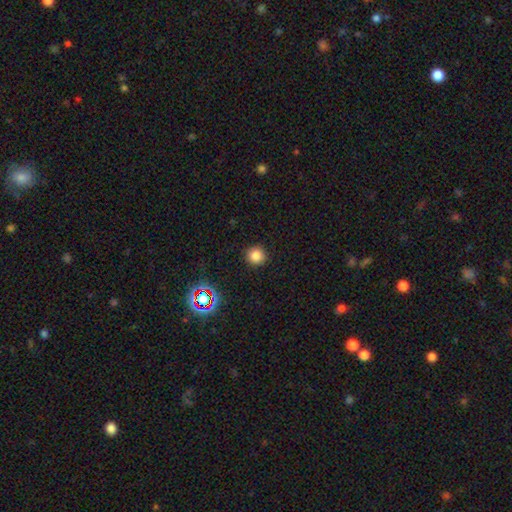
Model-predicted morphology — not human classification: Smooth or featured: smooth — 80% (star or artifact — 15%)
How rounded: round — 93% (in between — 6%)
Merging: none — 91% (minor disturbance — 6%)